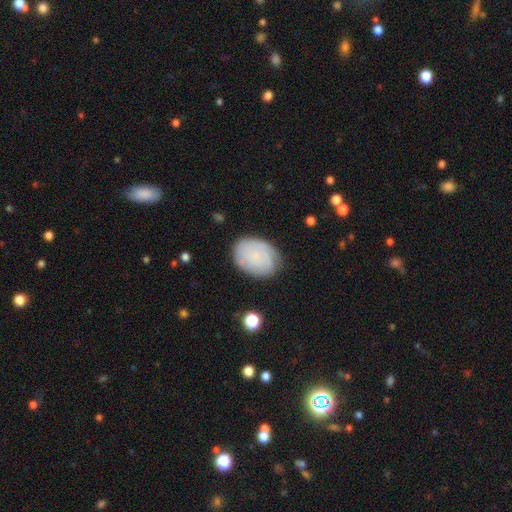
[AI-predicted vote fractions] Morphology: type=smooth (53%); roundness=in between (72%); merging=none (73%).